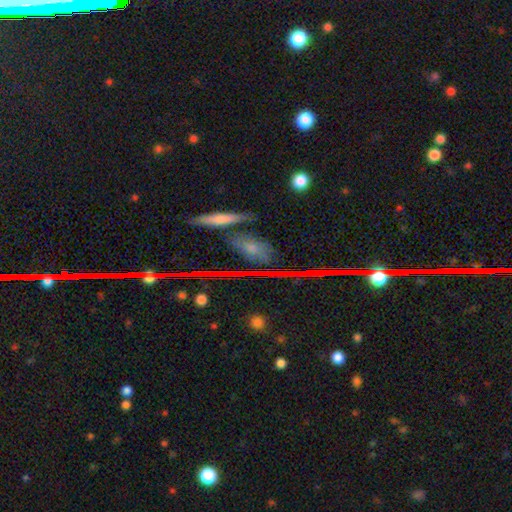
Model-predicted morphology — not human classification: type=star or artifact (65%).